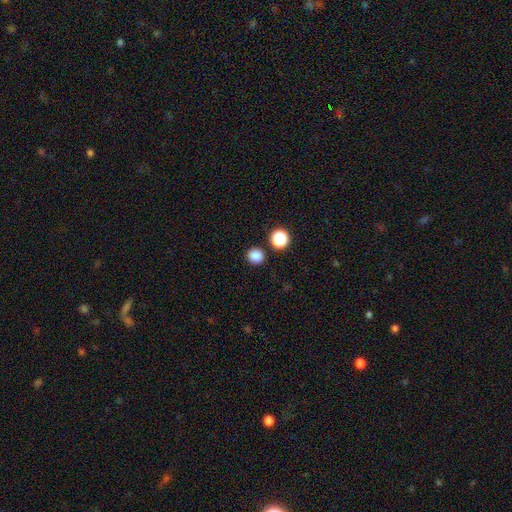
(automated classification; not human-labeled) Q: Smooth or featured?
A: smooth (84%); runner-up: star or artifact (13%)
Q: How rounded?
A: round (89%); runner-up: in between (10%)
Q: Merging?
A: none (88%); runner-up: minor disturbance (6%)